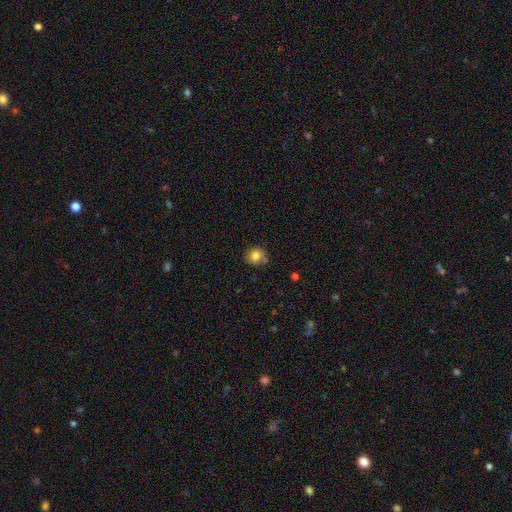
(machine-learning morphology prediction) A smooth galaxy with no disk features (82%) that is round (87%). Merging: none (75%).